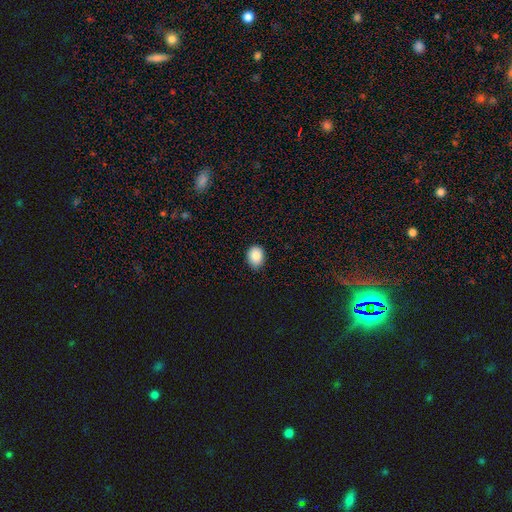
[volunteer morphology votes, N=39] smooth 85%, star or artifact 10%, featured or disk 5%. Down the decision tree: how rounded — round (61%); merging — none (89%).